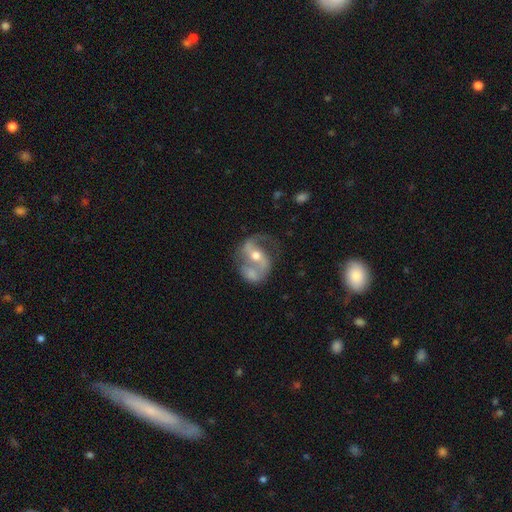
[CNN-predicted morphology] Smooth or featured? featured or disk (83%)
Edge-on disk? no (97%)
Bar? weak (35%, tied with no)
Spiral arms? yes (90%)
Spiral winding? medium (48%)
Spiral arm count? 2 (86%)
Bulge size? moderate (68%)
Merging? none (41%)